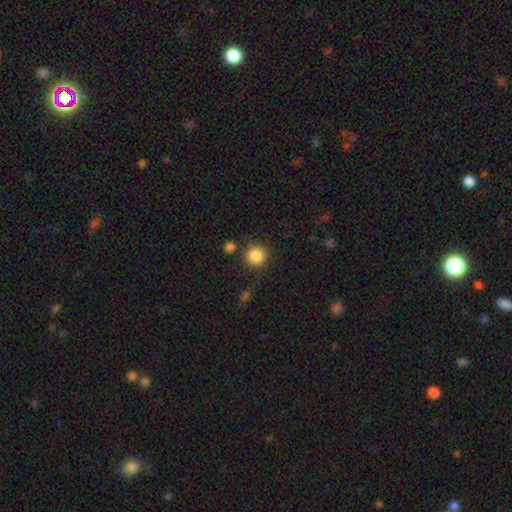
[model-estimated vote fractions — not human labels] smooth 86%, star or artifact 10%, featured or disk 4%. Down the decision tree: how rounded — round (91%); merging — none (82%).